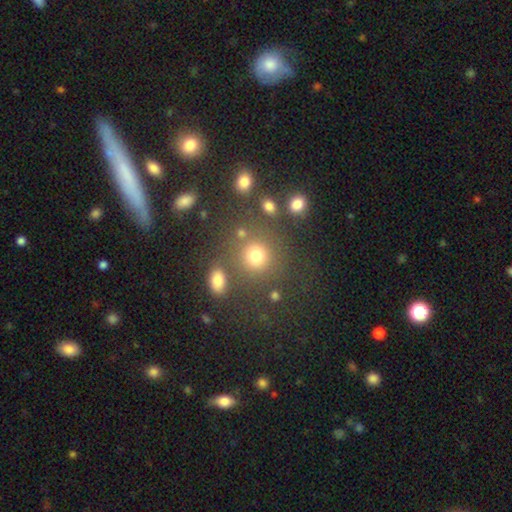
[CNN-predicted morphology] The model was most divided on "smooth or featured": smooth: 76%, star or artifact: 16%, featured or disk: 8%. More confident: how rounded — round (86%); merging — none (72%).